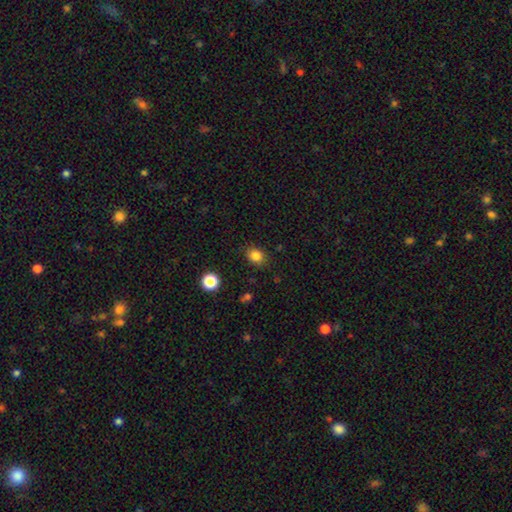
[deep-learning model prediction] smooth_or_featured: smooth (p=0.83) [alt: star or artifact p=0.12]
how_rounded: round (p=0.51) [alt: in between p=0.48]
merging: none (p=0.85) [alt: minor disturbance p=0.11]